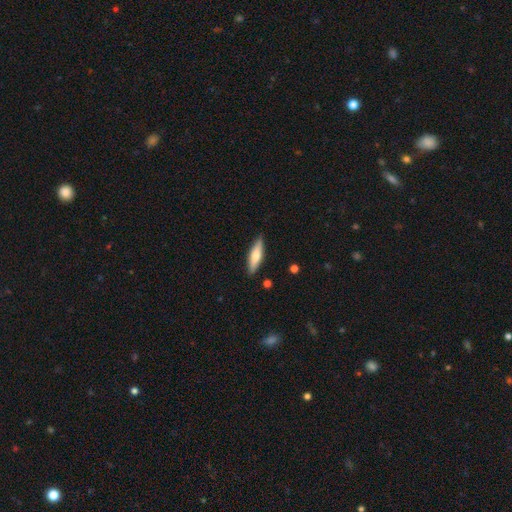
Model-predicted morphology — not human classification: The model was most divided on "how rounded": cigar-shaped: 63%, in between: 35%, round: 2%. More confident: merging — none (87%); smooth or featured — smooth (63%).